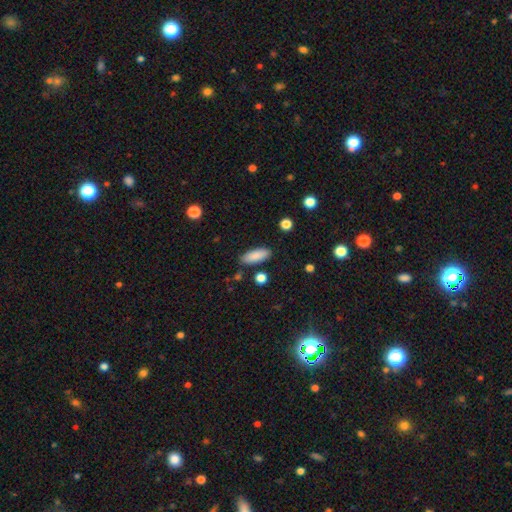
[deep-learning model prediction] smooth_or_featured: smooth (p=0.88) [alt: star or artifact p=0.07]
how_rounded: in between (p=0.70) [alt: cigar-shaped p=0.27]
merging: none (p=0.86) [alt: minor disturbance p=0.09]